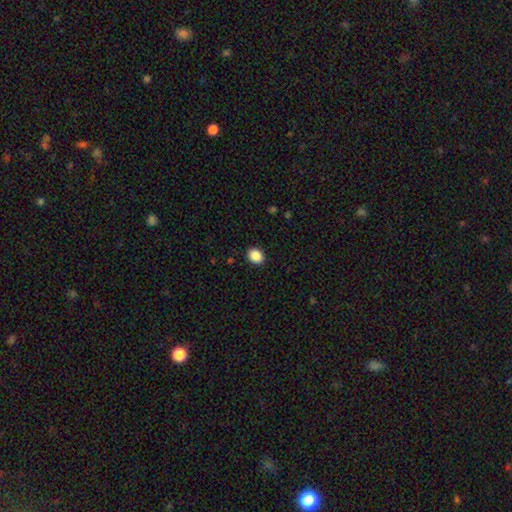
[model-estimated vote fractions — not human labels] smooth 89%, star or artifact 9%, featured or disk 3%. Down the decision tree: how rounded — round (52%); merging — none (90%).